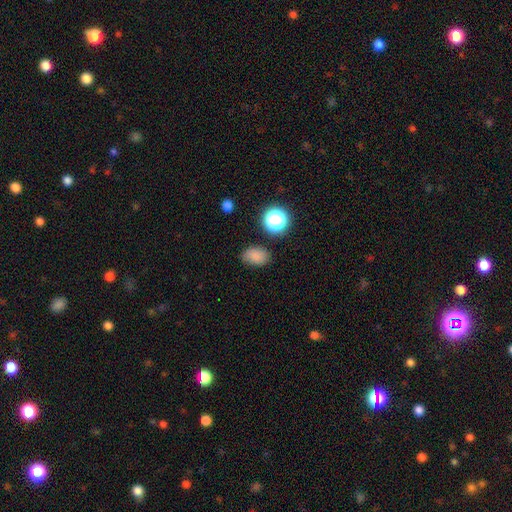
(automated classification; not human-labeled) Smooth or featured?
  - smooth: 82% *
  - star or artifact: 13%
  - featured or disk: 6%
How rounded?
  - in between: 78% *
  - round: 21%
  - cigar-shaped: 1%
Merging?
  - none: 80% *
  - minor disturbance: 14%
  - major disturbance: 4%
  - merger: 2%